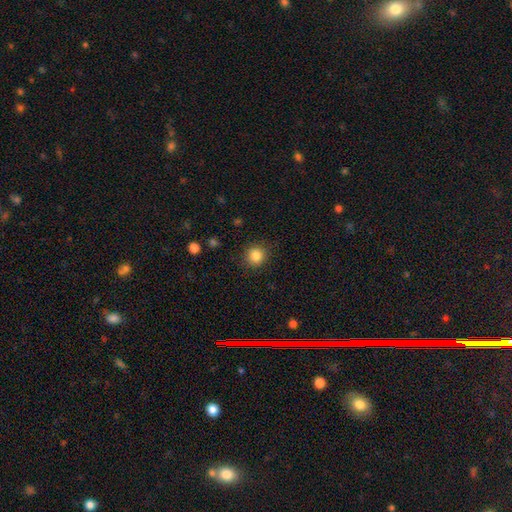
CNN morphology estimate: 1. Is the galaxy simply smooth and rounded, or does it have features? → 84% smooth, 11% star or artifact, 5% featured or disk.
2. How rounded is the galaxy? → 89% round, 10% in between, 1% cigar-shaped.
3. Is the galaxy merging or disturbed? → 89% none, 8% minor disturbance, 3% major disturbance, 1% merger.